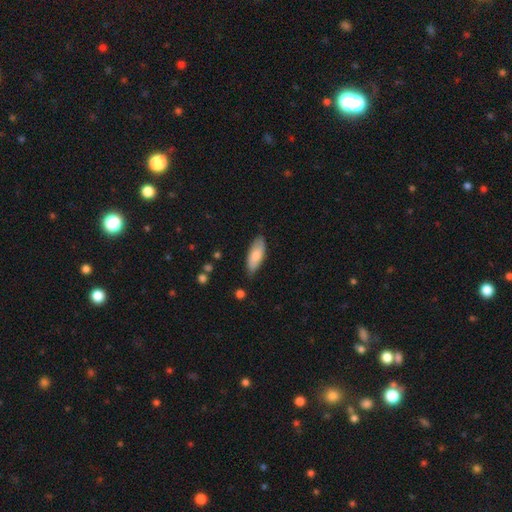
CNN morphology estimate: Smooth or featured?
  - smooth: 78% *
  - featured or disk: 16%
  - star or artifact: 6%
How rounded?
  - in between: 73% *
  - cigar-shaped: 25%
  - round: 2%
Merging?
  - none: 80% *
  - minor disturbance: 16%
  - major disturbance: 2%
  - merger: 2%